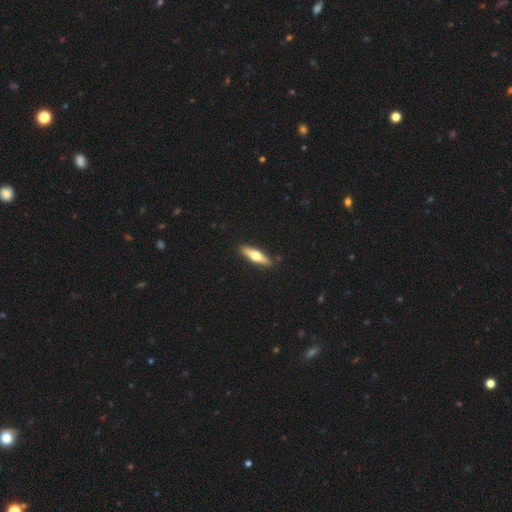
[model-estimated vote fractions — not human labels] featured or disk 48%, smooth 47%, star or artifact 5%. Down the decision tree: merging — none (88%).